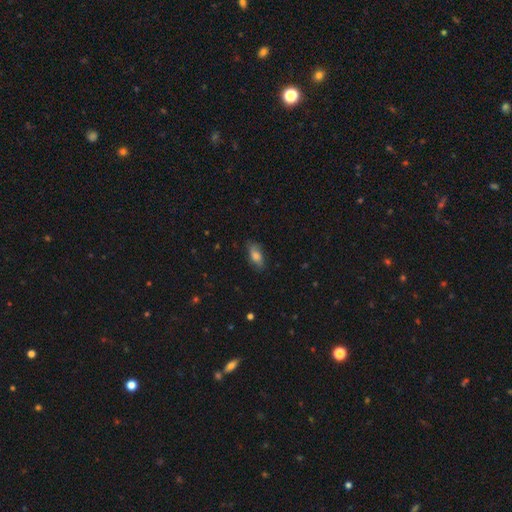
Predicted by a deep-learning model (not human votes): Smooth or featured?
  - smooth: 69% *
  - featured or disk: 21%
  - star or artifact: 9%
How rounded?
  - in between: 78% *
  - cigar-shaped: 17%
  - round: 5%
Merging?
  - none: 74% *
  - minor disturbance: 19%
  - major disturbance: 5%
  - merger: 1%